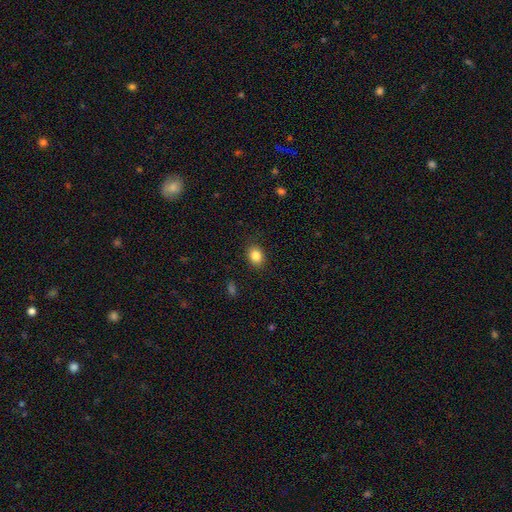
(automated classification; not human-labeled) smooth 85%, star or artifact 10%, featured or disk 5%. Down the decision tree: how rounded — in between (52%); merging — none (87%).